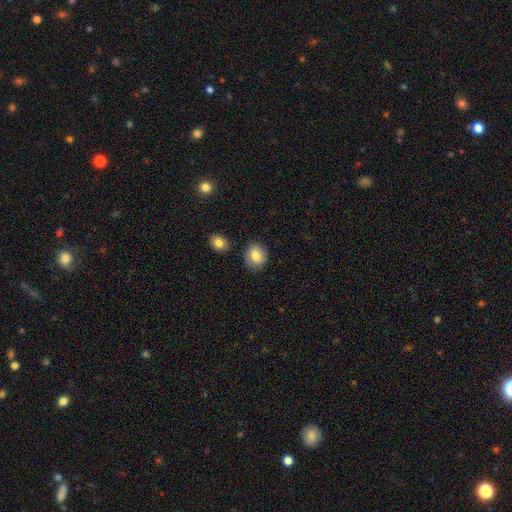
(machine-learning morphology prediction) The model was most divided on "how rounded": round: 68%, in between: 31%, cigar-shaped: 1%. More confident: merging — none (83%); smooth or featured — smooth (82%).